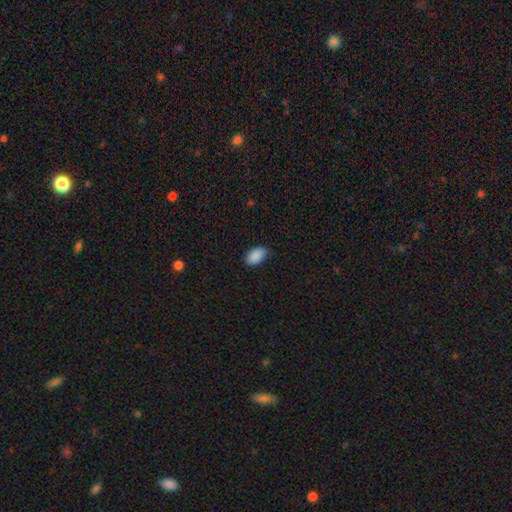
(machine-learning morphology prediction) type=smooth (90%); roundness=in between (94%); merging=none (80%).